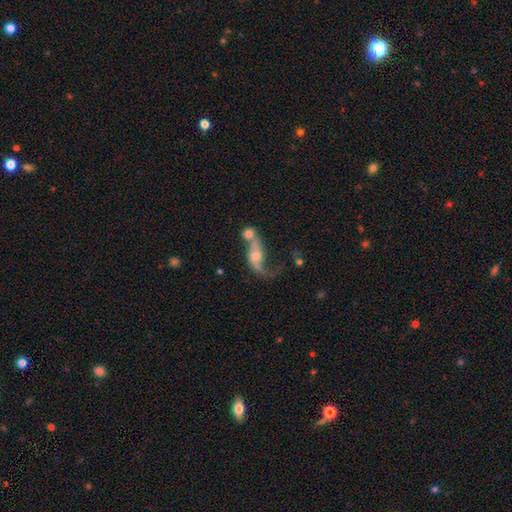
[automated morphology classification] Smooth or featured? featured or disk (63%)
Edge-on disk? no (90%)
Bar? no (63%)
Spiral arms? yes (74%)
Bulge size? moderate (49%)
Merging? merger (58%)